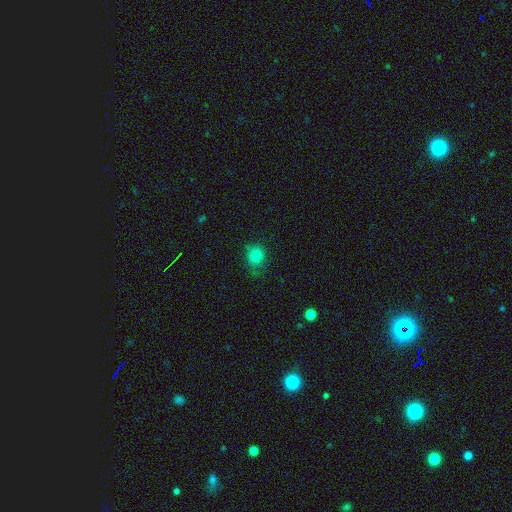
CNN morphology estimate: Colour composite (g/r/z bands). It shows a smooth galaxy with no disk features (83%) that is round (70%). Merging: none (70%).